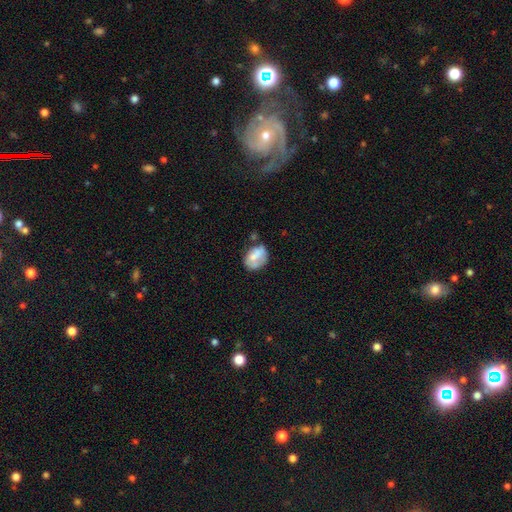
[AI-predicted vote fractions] smooth 60%, featured or disk 32%, star or artifact 8%. Down the decision tree: how rounded — in between (67%); merging — none (42%).